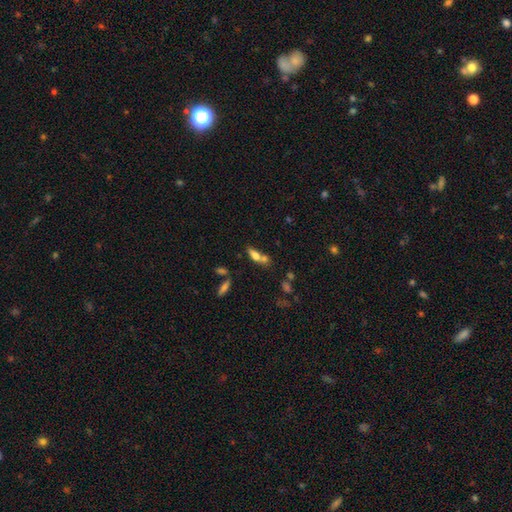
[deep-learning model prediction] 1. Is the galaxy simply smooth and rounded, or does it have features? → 67% smooth, 22% featured or disk, 11% star or artifact.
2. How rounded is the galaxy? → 67% in between, 28% cigar-shaped, 6% round.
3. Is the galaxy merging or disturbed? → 44% merger, 38% none, 13% minor disturbance, 6% major disturbance.